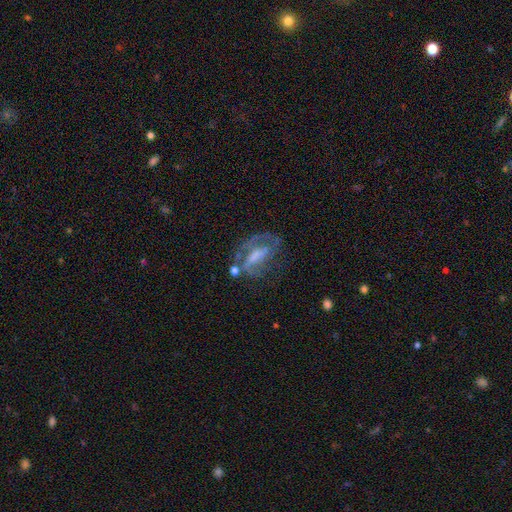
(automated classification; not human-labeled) Smooth or featured? Predicted: featured or disk (p=0.72). Edge-on disk? Predicted: no (p=0.92). Bar? Predicted: weak (p=0.39). Spiral arms? Predicted: yes (p=0.74). Bulge size? Predicted: small (p=0.33). Merging? Predicted: none (p=0.47).